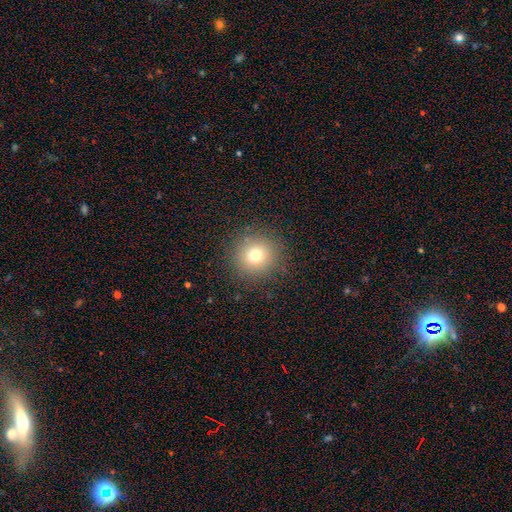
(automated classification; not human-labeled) A smooth galaxy with no disk features (74%) that is round (94%). Merging: none (88%).